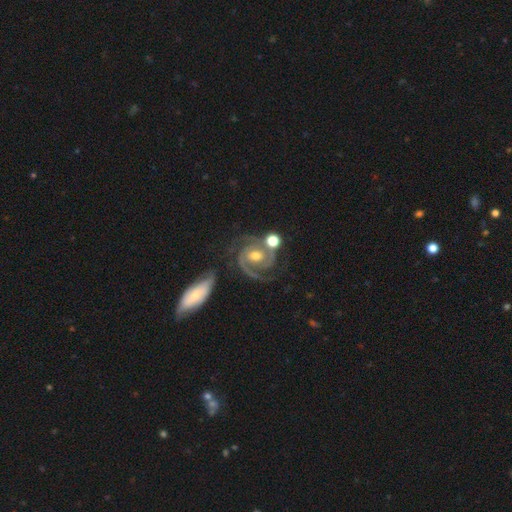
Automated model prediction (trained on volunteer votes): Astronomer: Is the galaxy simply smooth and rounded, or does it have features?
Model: featured or disk — 90%.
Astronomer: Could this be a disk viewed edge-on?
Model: no — 98%.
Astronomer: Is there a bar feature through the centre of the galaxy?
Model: no — 57%.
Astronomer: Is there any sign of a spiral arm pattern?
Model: yes — 98%.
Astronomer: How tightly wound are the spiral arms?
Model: tight — 56% (runner-up: medium, 39%).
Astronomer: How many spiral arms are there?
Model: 2 — 85%.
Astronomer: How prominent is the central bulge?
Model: moderate — 68%.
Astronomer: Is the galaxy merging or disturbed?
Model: none — 59%.